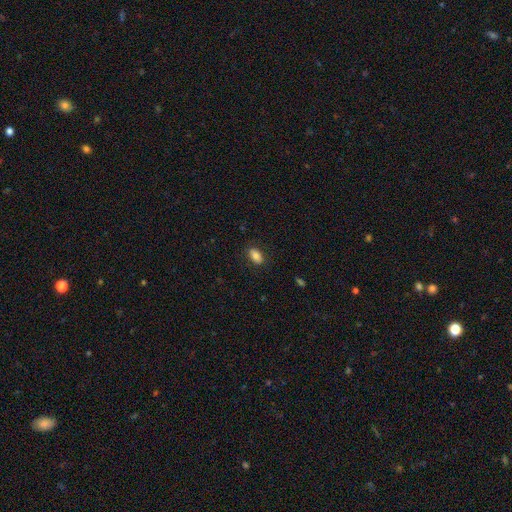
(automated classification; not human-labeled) Morphology: type=smooth (82%); roundness=in between (90%); merging=none (84%).